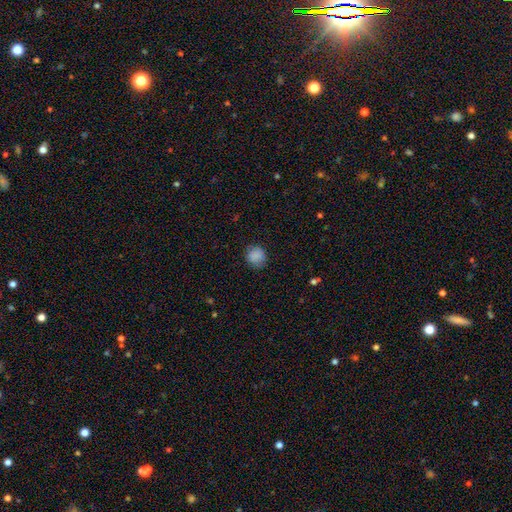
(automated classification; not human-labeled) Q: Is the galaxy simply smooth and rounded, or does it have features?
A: smooth — 86%.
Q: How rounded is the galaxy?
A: round — 82%.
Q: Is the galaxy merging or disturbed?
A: none — 81%.